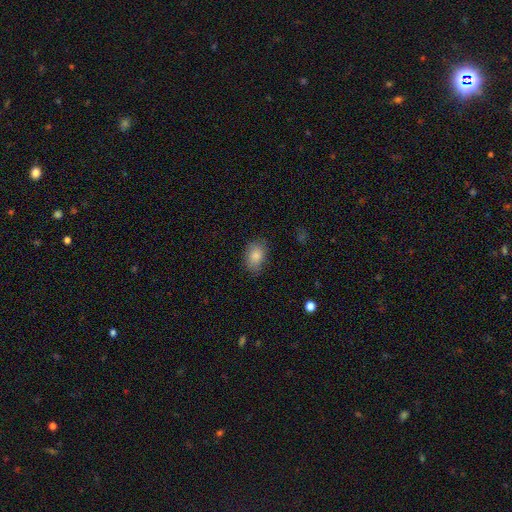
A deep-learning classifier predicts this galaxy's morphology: smooth 85%, star or artifact 8%, featured or disk 7%. Down the decision tree: how rounded — in between (84%); merging — none (77%).